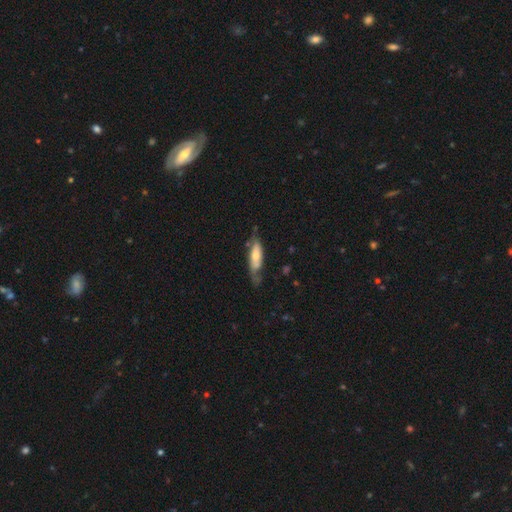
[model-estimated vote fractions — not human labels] Smooth or featured? smooth (49%)
Merging? none (50%)